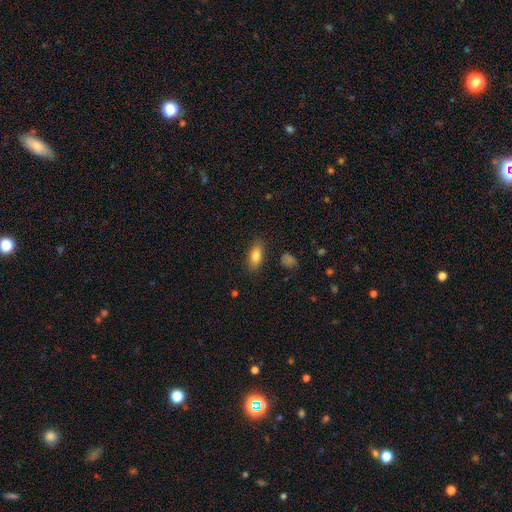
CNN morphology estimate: Smooth or featured? Predicted: smooth (p=0.79). How rounded? Predicted: in between (p=0.80). Merging? Predicted: none (p=0.86).